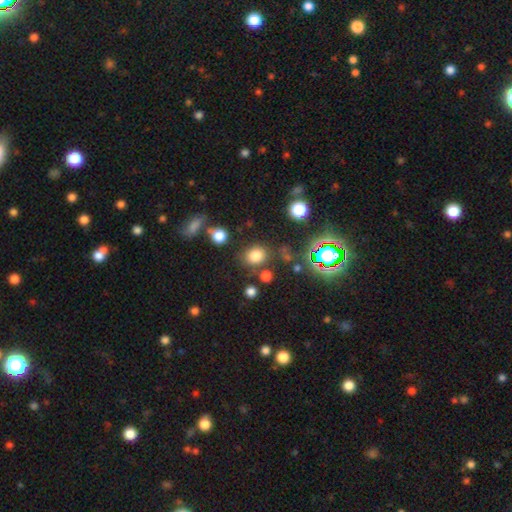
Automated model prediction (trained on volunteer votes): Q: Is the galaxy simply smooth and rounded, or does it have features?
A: smooth — 77%.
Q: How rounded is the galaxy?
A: round — 66%.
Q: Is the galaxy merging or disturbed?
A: none — 76%.